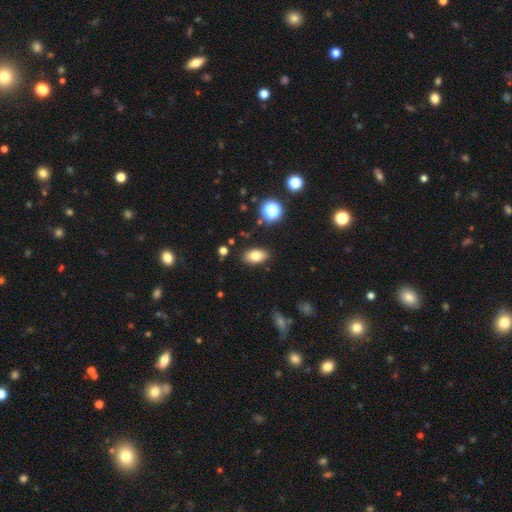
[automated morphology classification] A smooth galaxy with no disk features (80%) that is in between round and cigar-shaped (90%). Merging: none (87%).